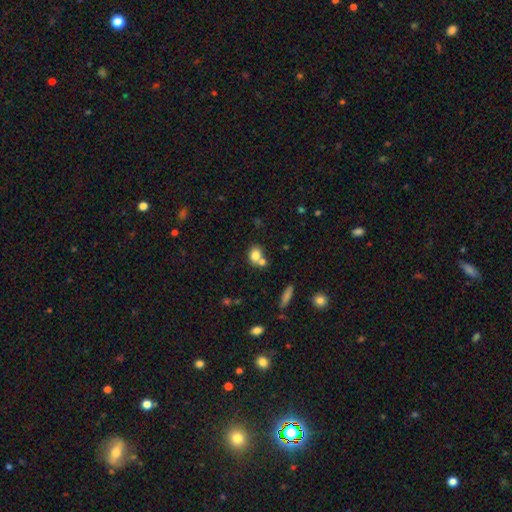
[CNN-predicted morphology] Overall: smooth (78%). How rounded: round (55%; in between 44%). Merging: merger (44%; none 42%).